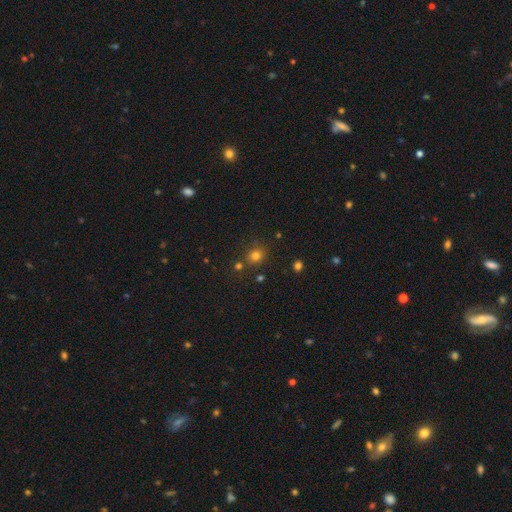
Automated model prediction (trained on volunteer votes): This is likely a smooth galaxy (75%). How rounded: likely round (73%). Merging: likely none (73%).